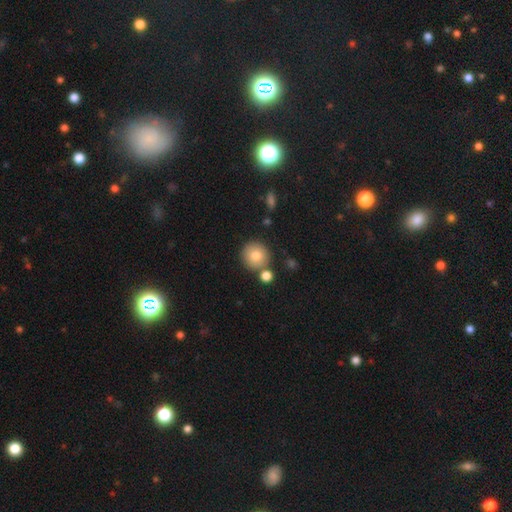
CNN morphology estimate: Q: Smooth or featured?
A: smooth (79%); runner-up: featured or disk (12%)
Q: How rounded?
A: round (94%); runner-up: in between (5%)
Q: Merging?
A: none (77%); runner-up: merger (12%)